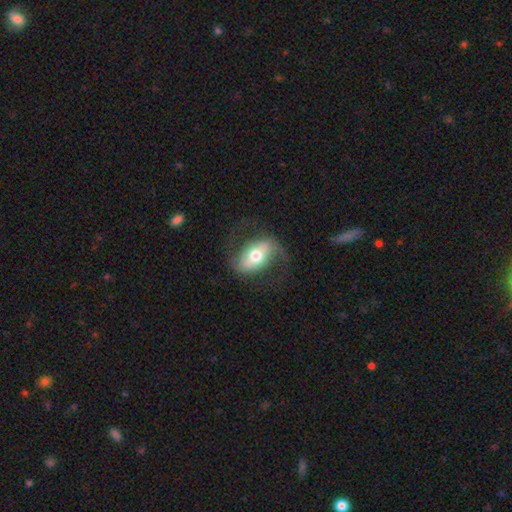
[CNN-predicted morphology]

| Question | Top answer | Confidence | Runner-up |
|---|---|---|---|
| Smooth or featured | featured or disk | 69% | smooth (25%) |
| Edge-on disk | no | 94% | yes (6%) |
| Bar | strong | 38% | no (32%) |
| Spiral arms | yes | 82% | no (18%) |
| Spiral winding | loose | 52% | medium (37%) |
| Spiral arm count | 2 | 89% | can't tell (5%) |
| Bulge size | moderate | 69% | large (16%) |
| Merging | none | 69% | minor disturbance (15%) |